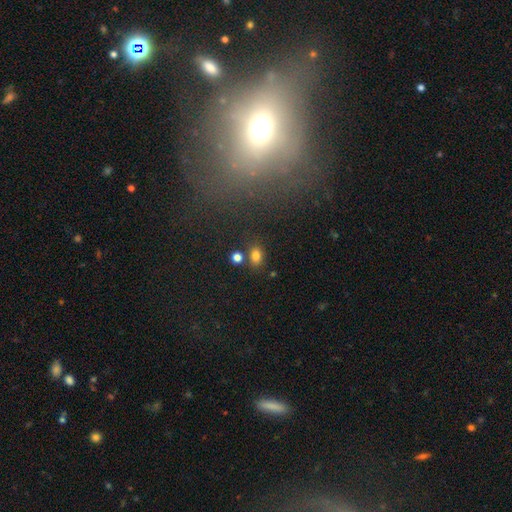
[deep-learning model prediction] Overall: smooth (80%). How rounded: in between (71%). Merging: none (73%).